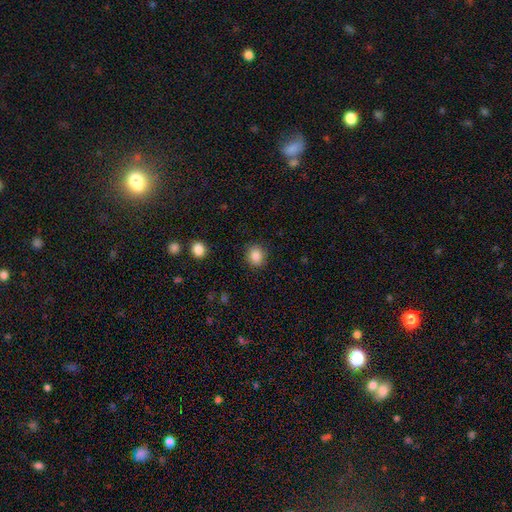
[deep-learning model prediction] Smooth or featured? Predicted: smooth (p=0.87). How rounded? Predicted: round (p=0.76). Merging? Predicted: none (p=0.88).